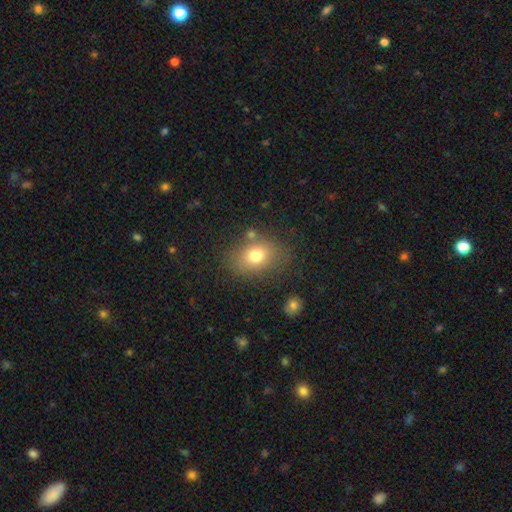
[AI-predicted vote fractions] Q: Smooth or featured?
A: smooth (75%); runner-up: featured or disk (14%)
Q: How rounded?
A: in between (68%); runner-up: round (30%)
Q: Merging?
A: none (73%); runner-up: minor disturbance (15%)